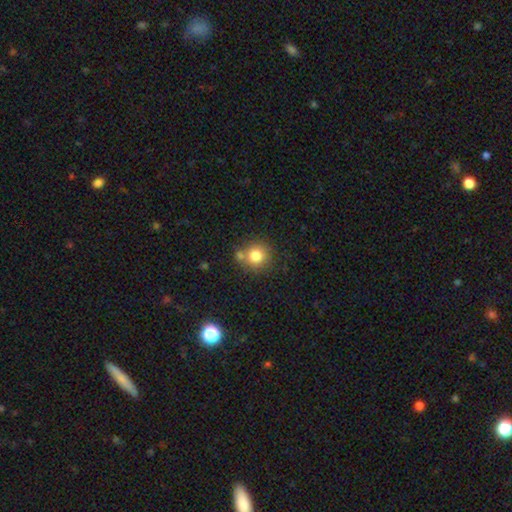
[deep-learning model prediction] This is likely a smooth galaxy (79%). How rounded: clearly round (91%). Merging: likely none (67%).